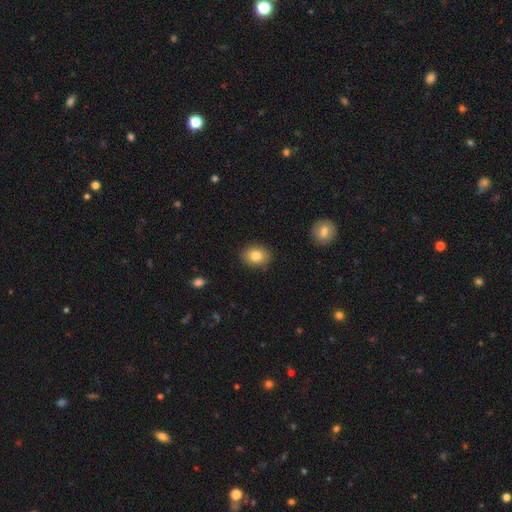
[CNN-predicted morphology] A smooth galaxy with no disk features (81%) that is in between round and cigar-shaped (56%). Merging: none (88%).